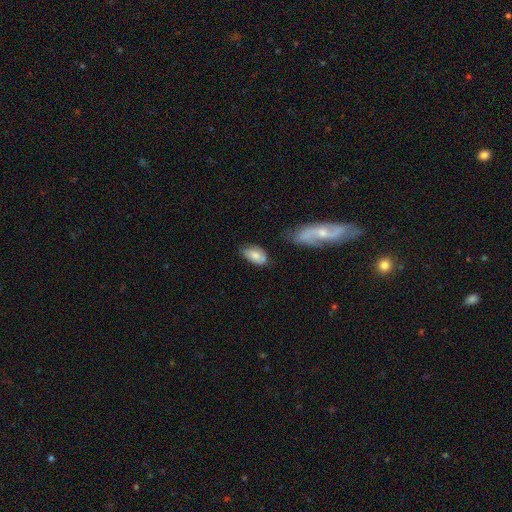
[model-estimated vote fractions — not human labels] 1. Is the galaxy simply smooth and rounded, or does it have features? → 68% smooth, 24% featured or disk, 7% star or artifact.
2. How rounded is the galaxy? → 92% in between, 6% round, 2% cigar-shaped.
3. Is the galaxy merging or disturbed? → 57% none, 28% minor disturbance, 8% major disturbance, 8% merger.